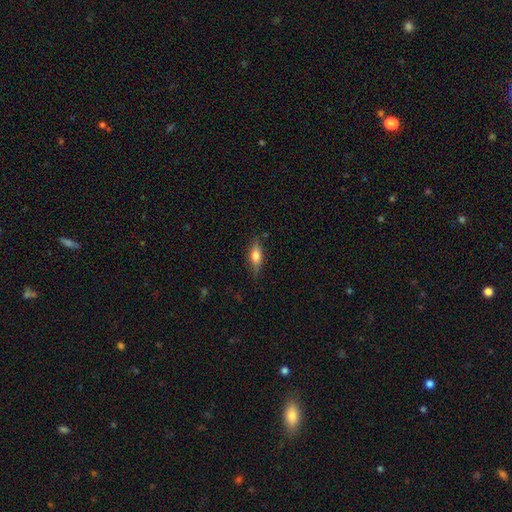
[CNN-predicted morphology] smooth 60%, featured or disk 33%, star or artifact 7%. Down the decision tree: how rounded — in between (57%); merging — none (80%).